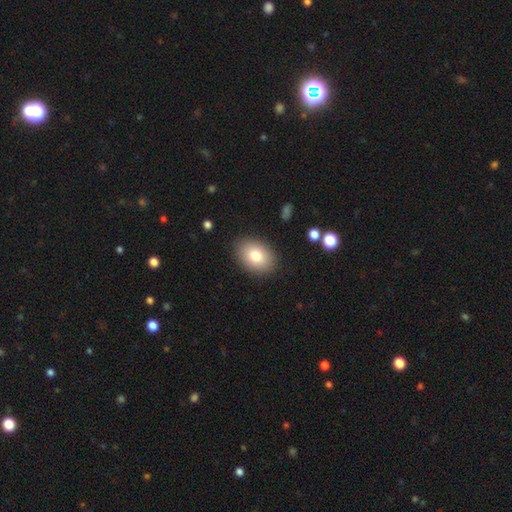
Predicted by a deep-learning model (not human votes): Morphology: type=smooth (81%); roundness=in between (78%); merging=none (88%).